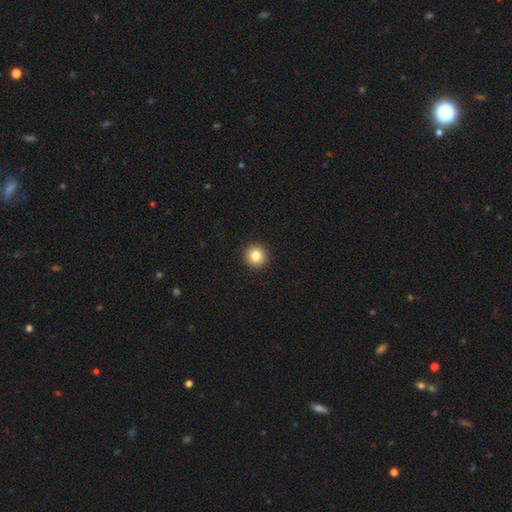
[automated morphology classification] Smooth or featured? Predicted: smooth (p=0.82). How rounded? Predicted: round (p=0.95). Merging? Predicted: none (p=0.94).